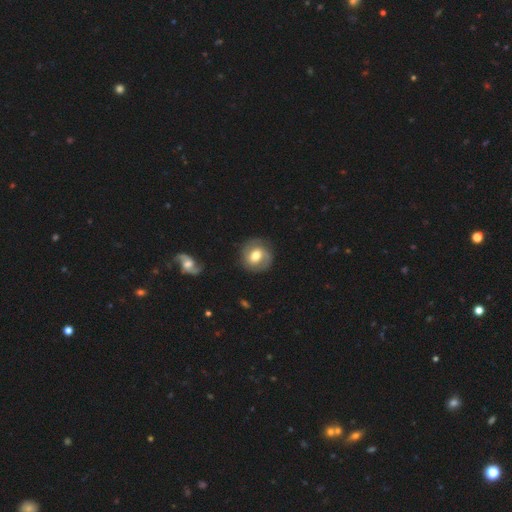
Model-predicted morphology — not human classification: The model was most divided on "smooth or featured": featured or disk: 53%, smooth: 41%, star or artifact: 7%. Remaining: edge-on disk — no (96%); merging — none (82%); spiral arms — yes (76%); bulge size — moderate (66%); bar — weak (48%).